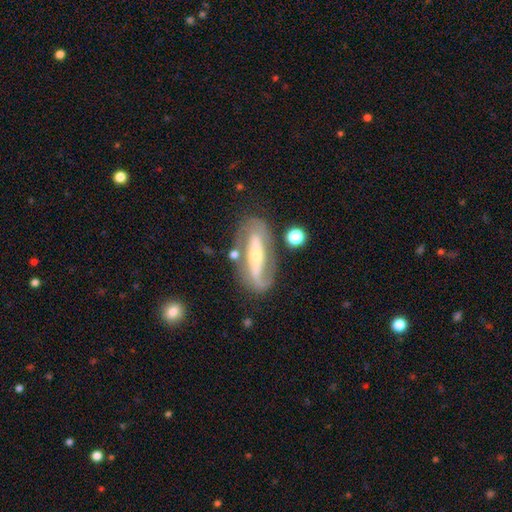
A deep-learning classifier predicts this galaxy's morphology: This appears to be a featured or disk galaxy (79%) with a strong bar (57%), 2 (78%) medium (39%) spiral arms (81%) and a small central bulge (49%). Merging: none (71%).